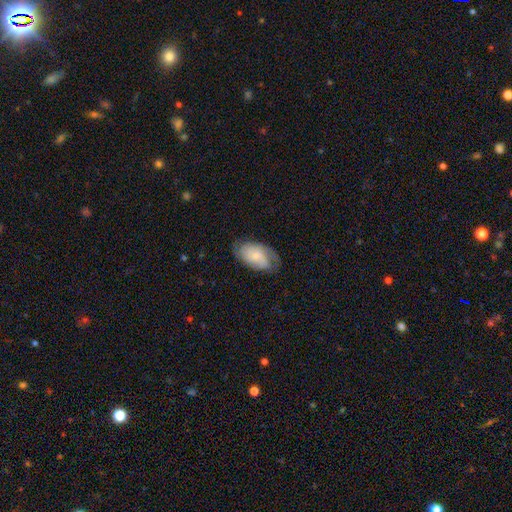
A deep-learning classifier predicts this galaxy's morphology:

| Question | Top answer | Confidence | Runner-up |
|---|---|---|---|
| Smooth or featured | smooth | 58% | featured or disk (35%) |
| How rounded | in between | 93% | round (5%) |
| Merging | none | 64% | minor disturbance (26%) |